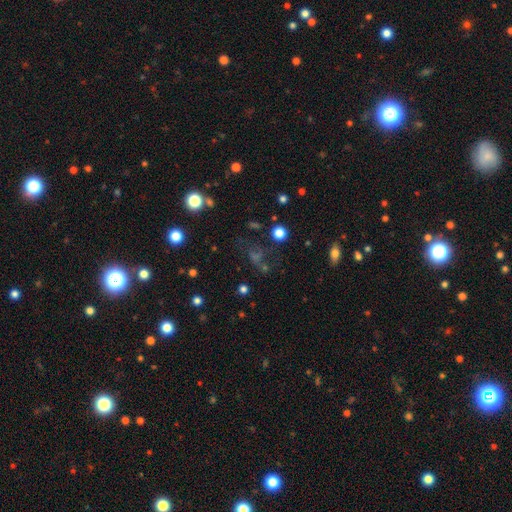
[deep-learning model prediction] Smooth or featured: star or artifact — 44% (smooth — 38%)